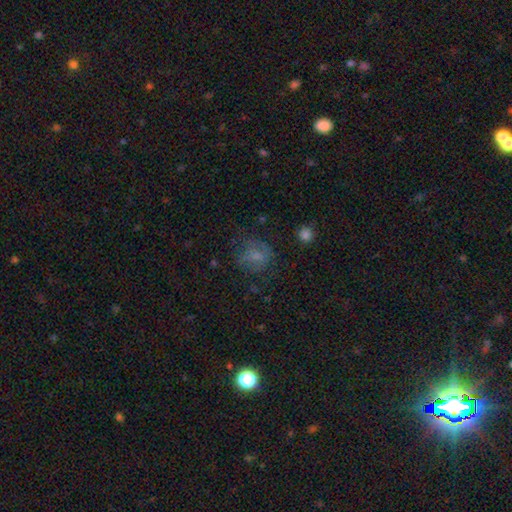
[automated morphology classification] type=smooth (57%); roundness=round (67%); merging=none (59%).